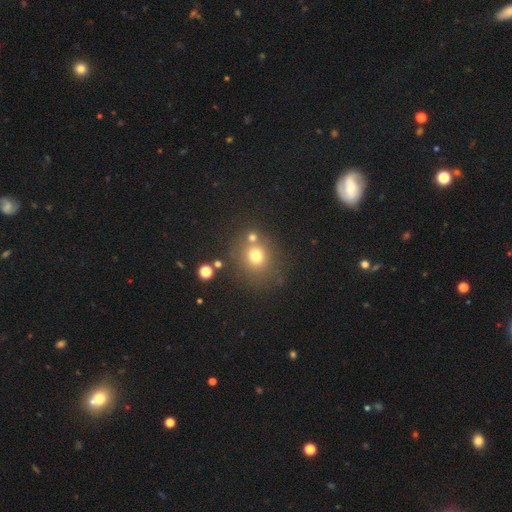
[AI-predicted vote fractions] smooth_or_featured: smooth (p=0.72) [alt: star or artifact p=0.18]
how_rounded: round (p=0.81) [alt: in between p=0.18]
merging: none (p=0.69) [alt: merger p=0.17]